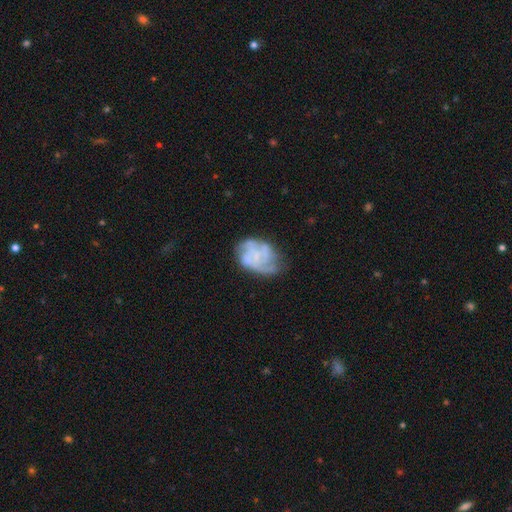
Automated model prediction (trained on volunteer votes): Smooth or featured? featured or disk (71%)
Edge-on disk? no (98%)
Bar? no (73%)
Spiral arms? yes (82%)
Spiral winding? tight (47%)
Spiral arm count? 3 (31%)
Bulge size? none (51%)
Merging? none (54%)